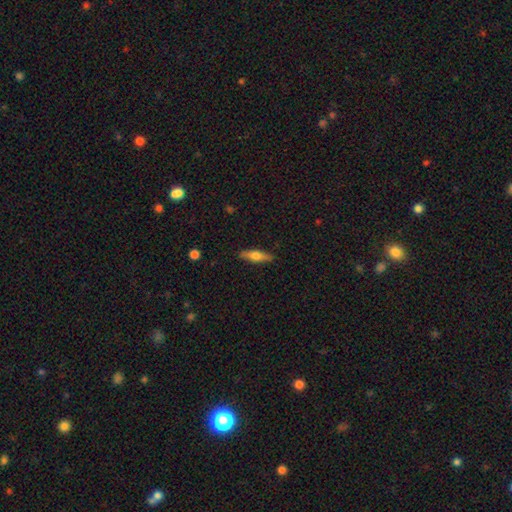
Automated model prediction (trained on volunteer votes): This appears to be a smooth galaxy with no disk features (53%) that is cigar-shaped (69%). Merging: none (88%).